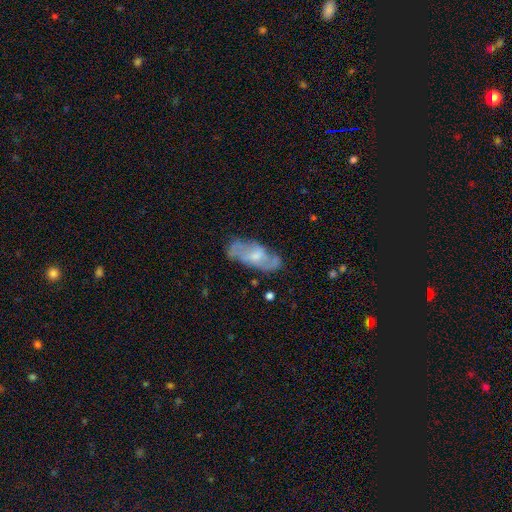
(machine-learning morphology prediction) Smooth or featured? Predicted: featured or disk (p=0.64). Edge-on disk? Predicted: no (p=0.90). Bar? Predicted: no (p=0.47). Spiral arms? Predicted: yes (p=0.76). Bulge size? Predicted: moderate (p=0.45). Merging? Predicted: none (p=0.65).